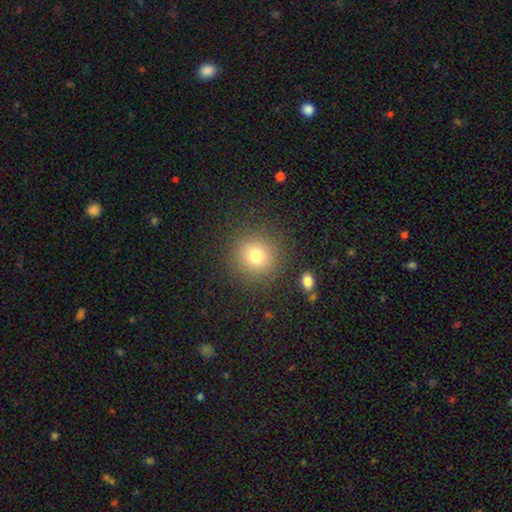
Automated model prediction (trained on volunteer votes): A smooth galaxy with no disk features (75%) that is round (94%).

Vote fractions:
- Smooth or featured? smooth: 75% / star or artifact: 15% / featured or disk: 10%
- How rounded? round: 94% / in between: 5% / cigar-shaped: 1%
- Merging? none: 88% / minor disturbance: 7% / major disturbance: 3% / merger: 2%